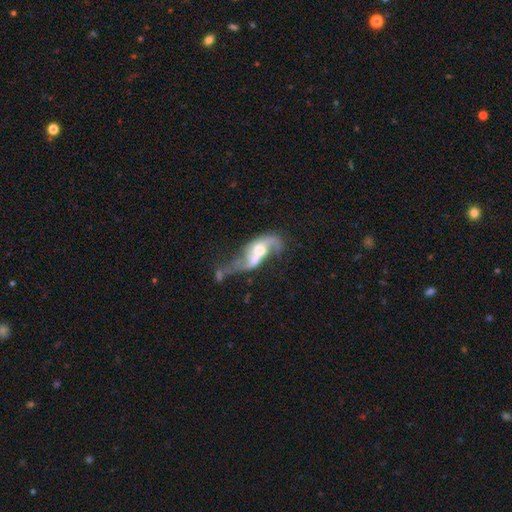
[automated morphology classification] The model was most divided on "bar": no: 48%, weak: 37%, strong: 14%. Remaining: edge-on disk — no (92%); spiral arms — yes (84%); spiral arm count — 2 (81%); smooth or featured — featured or disk (79%); spiral winding — loose (78%); bulge size — moderate (56%); merging — merger (39%).